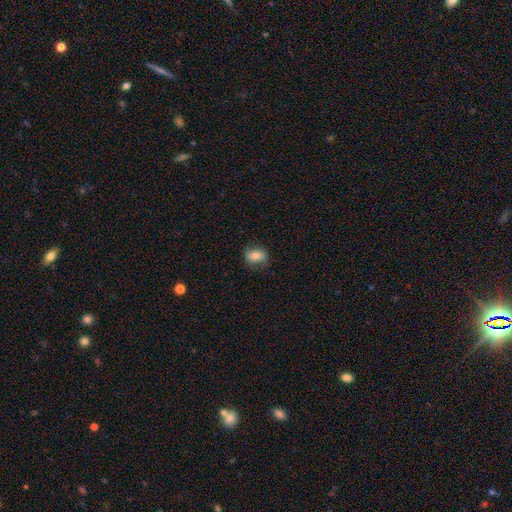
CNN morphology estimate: Smooth or featured? smooth (69%)
How rounded? in between (71%)
Merging? none (76%)